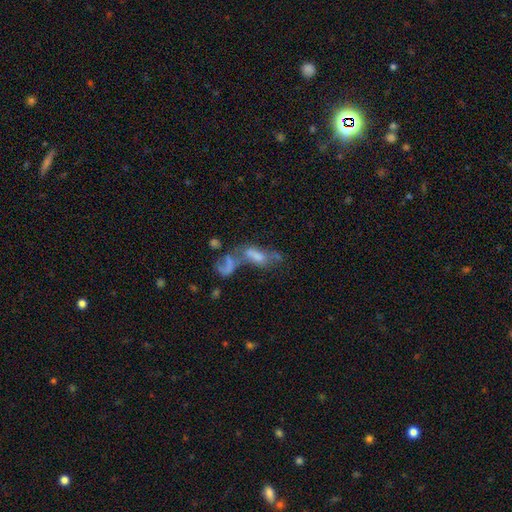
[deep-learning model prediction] smooth_or_featured: featured or disk (p=0.42) [alt: smooth p=0.40]
merging: merger (p=0.56) [alt: none p=0.18]